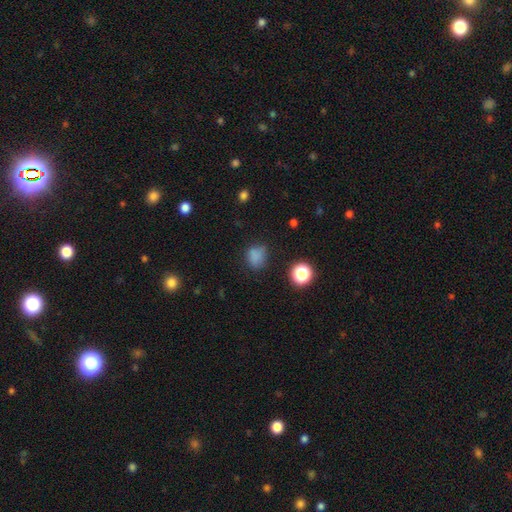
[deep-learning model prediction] Q: Smooth or featured?
A: smooth (75%); runner-up: star or artifact (17%)
Q: How rounded?
A: round (57%); runner-up: in between (42%)
Q: Merging?
A: none (60%); runner-up: minor disturbance (25%)